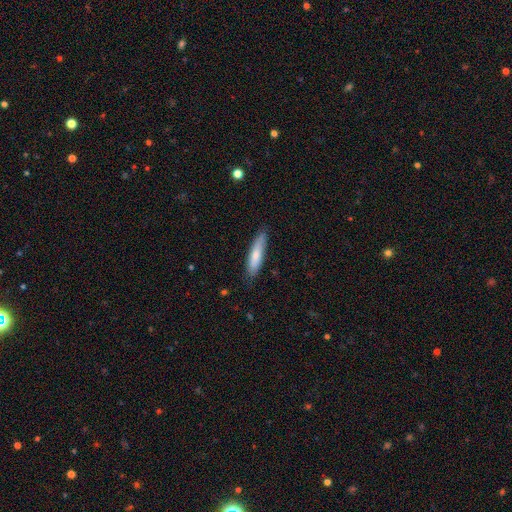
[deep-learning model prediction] Smooth or featured?
  - smooth: 73% *
  - featured or disk: 21%
  - star or artifact: 6%
How rounded?
  - cigar-shaped: 75% *
  - in between: 24%
  - round: 1%
Merging?
  - none: 81% *
  - minor disturbance: 15%
  - major disturbance: 2%
  - merger: 1%